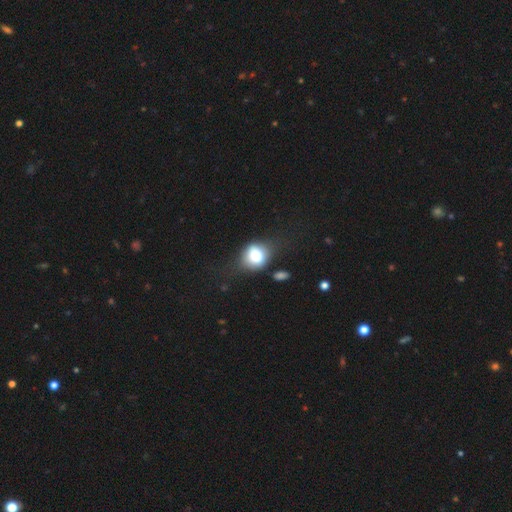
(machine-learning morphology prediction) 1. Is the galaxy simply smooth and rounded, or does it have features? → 71% smooth, 20% featured or disk, 9% star or artifact.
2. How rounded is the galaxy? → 53% round, 45% in between, 2% cigar-shaped.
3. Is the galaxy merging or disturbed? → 51% none, 26% minor disturbance, 17% major disturbance, 6% merger.